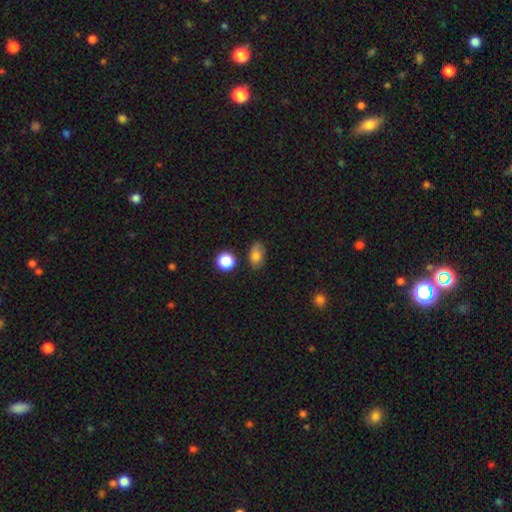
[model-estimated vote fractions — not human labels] smooth_or_featured: smooth (p=0.81) [alt: star or artifact p=0.11]
how_rounded: in between (p=0.81) [alt: round p=0.18]
merging: none (p=0.72) [alt: minor disturbance p=0.20]